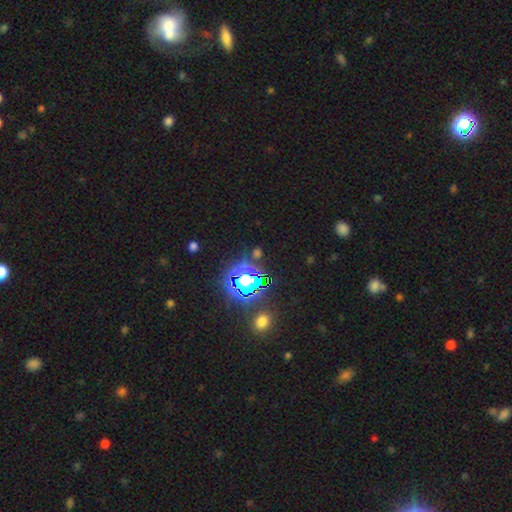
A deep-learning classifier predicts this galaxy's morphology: smooth-or-featured: star or artifact: 74% | smooth: 18% | featured or disk: 8%